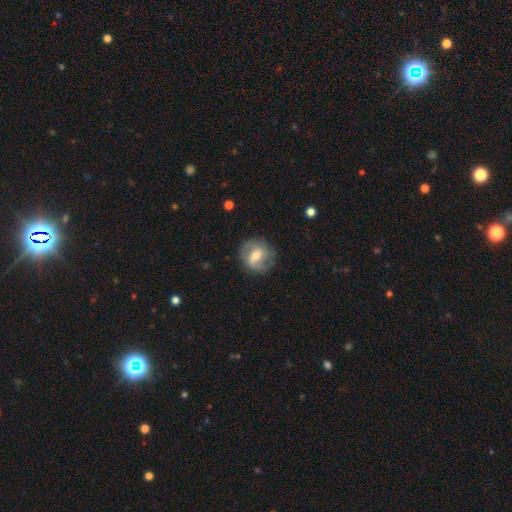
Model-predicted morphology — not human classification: A featured or disk galaxy (62%) with a weak bar (46%), spiral arms (72%) and a moderate central bulge (61%).

Vote fractions:
- Smooth or featured? featured or disk: 62% / smooth: 31% / star or artifact: 7%
- Edge-on disk? no: 95% / yes: 5%
- Bar? weak: 46% / strong: 31% / no: 24%
- Spiral arms? yes: 72% / no: 28%
- Bulge size? moderate: 61% / small: 32% / large: 5% / none: 2% / dominant: 1%
- Merging? none: 75% / minor disturbance: 17% / major disturbance: 7% / merger: 1%